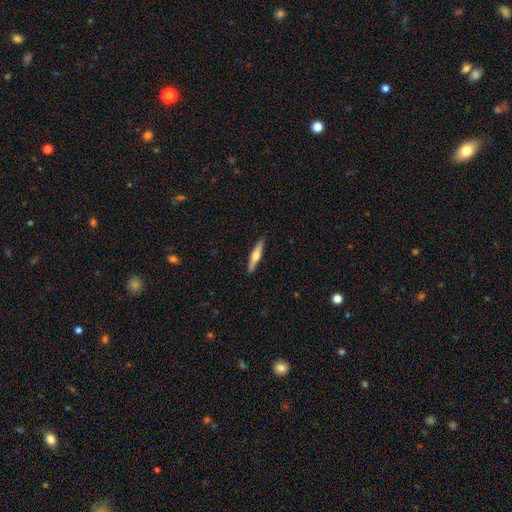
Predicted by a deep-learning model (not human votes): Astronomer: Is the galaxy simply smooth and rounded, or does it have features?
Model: featured or disk — 57% (runner-up: smooth, 38%).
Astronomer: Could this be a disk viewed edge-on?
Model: yes — 96%.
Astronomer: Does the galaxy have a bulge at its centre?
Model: rounded — 91%.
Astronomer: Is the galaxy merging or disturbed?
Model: none — 90%.